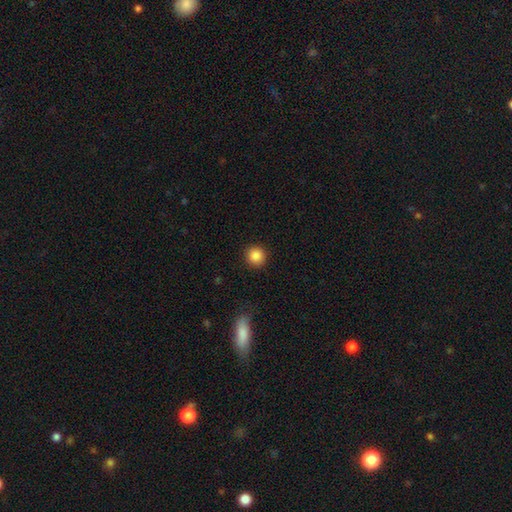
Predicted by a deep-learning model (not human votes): This appears to be a smooth galaxy with no disk features (88%) that is round (94%). Merging: none (91%).